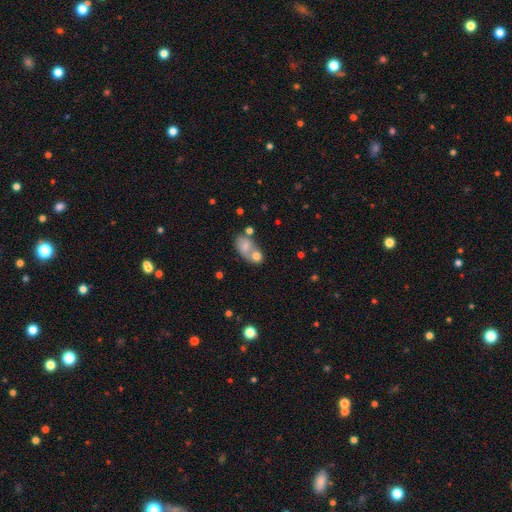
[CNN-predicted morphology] This appears to be a smooth galaxy with no disk features (73%) that is in between round and cigar-shaped (65%). Merging: merger (58%).